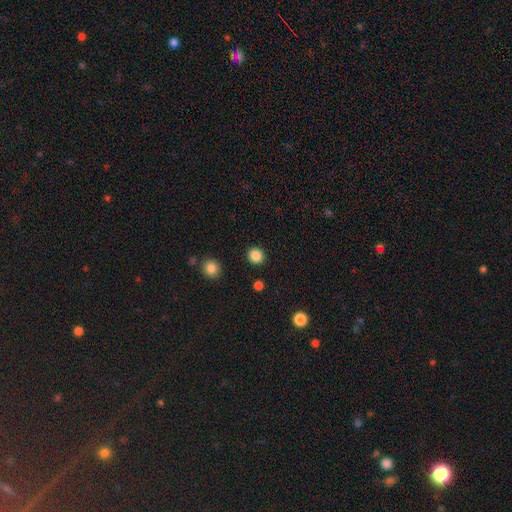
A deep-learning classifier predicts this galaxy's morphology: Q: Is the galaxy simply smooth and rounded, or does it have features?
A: smooth — 86%.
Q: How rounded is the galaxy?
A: round — 91%.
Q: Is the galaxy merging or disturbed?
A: none — 91%.